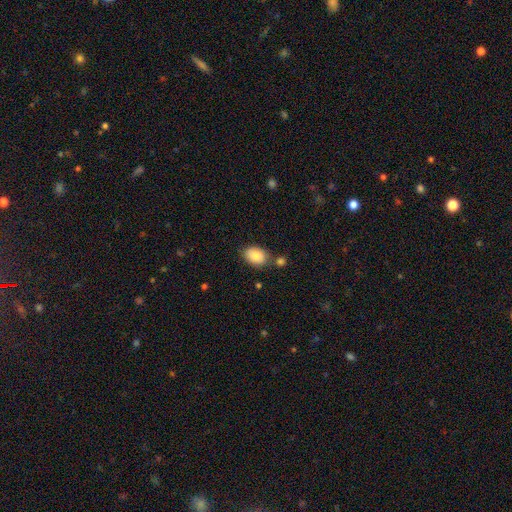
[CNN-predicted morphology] Smooth or featured?
  - smooth: 87% *
  - star or artifact: 7%
  - featured or disk: 6%
How rounded?
  - in between: 83% *
  - round: 16%
  - cigar-shaped: 1%
Merging?
  - none: 72% *
  - minor disturbance: 15%
  - merger: 10%
  - major disturbance: 4%